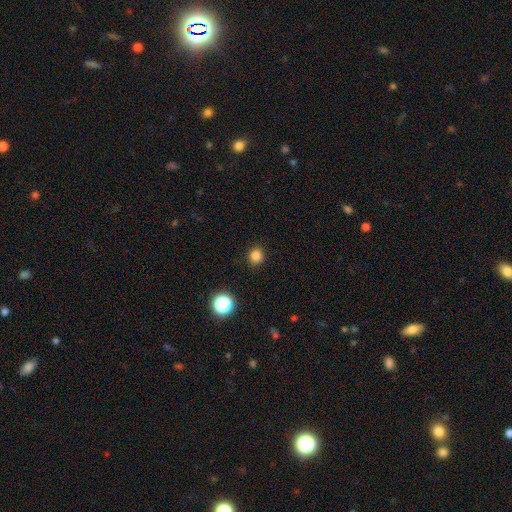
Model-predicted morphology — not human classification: smooth-or-featured: smooth: 82% | star or artifact: 14% | featured or disk: 4%
  how-rounded: round: 87% | in between: 12% | cigar-shaped: 1%
  merging: none: 90% | minor disturbance: 6% | major disturbance: 2% | merger: 1%